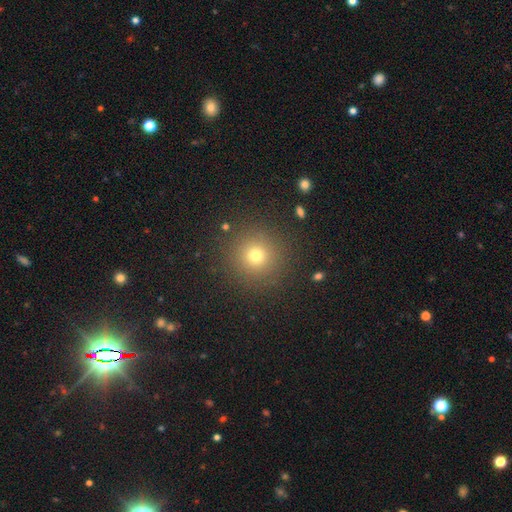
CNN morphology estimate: type=smooth (72%); roundness=round (95%); merging=none (89%).